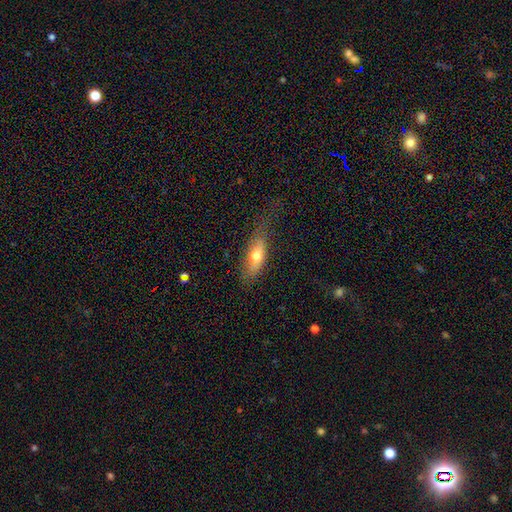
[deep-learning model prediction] Morphology: type=smooth (65%); roundness=in between (65%); merging=none (58%).